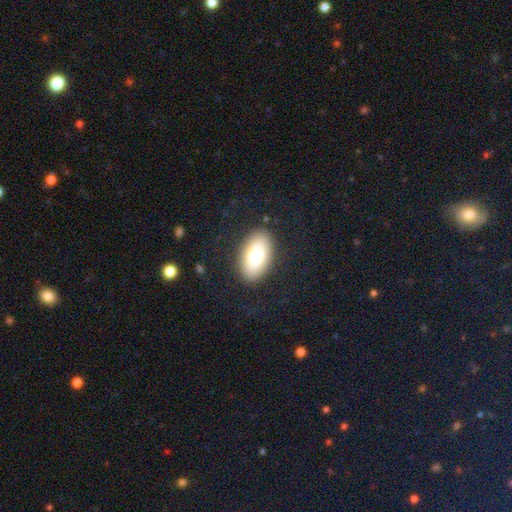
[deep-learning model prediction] Q: Smooth or featured?
A: smooth (82%); runner-up: featured or disk (11%)
Q: How rounded?
A: in between (93%); runner-up: round (4%)
Q: Merging?
A: none (87%); runner-up: minor disturbance (9%)